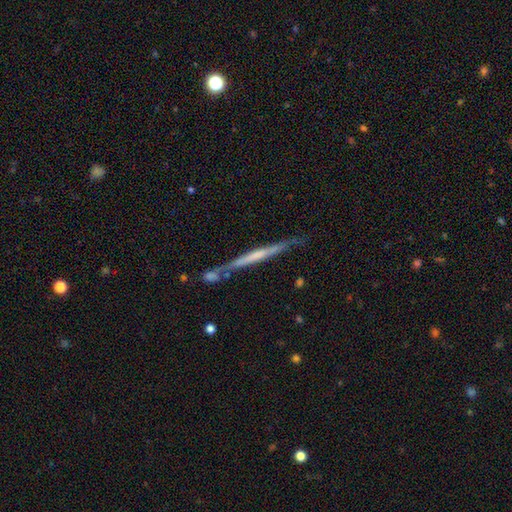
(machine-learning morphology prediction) This is likely a featured or disk galaxy (64%). It is clearly viewed edge-on (94%). Edge-on bulge: likely none (65%). Merging: likely none (64%).